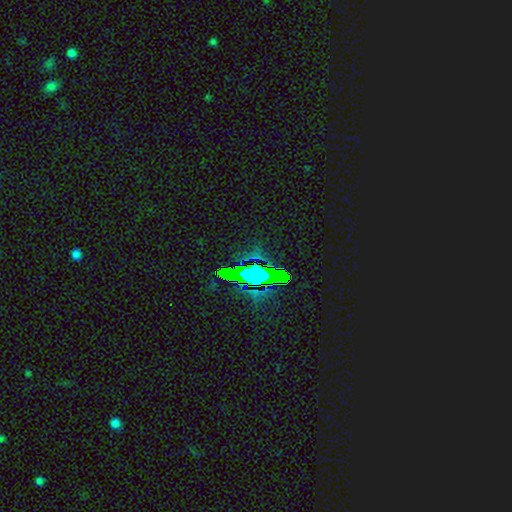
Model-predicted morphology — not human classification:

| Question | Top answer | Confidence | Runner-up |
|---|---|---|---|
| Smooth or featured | star or artifact | 78% | smooth (12%) |